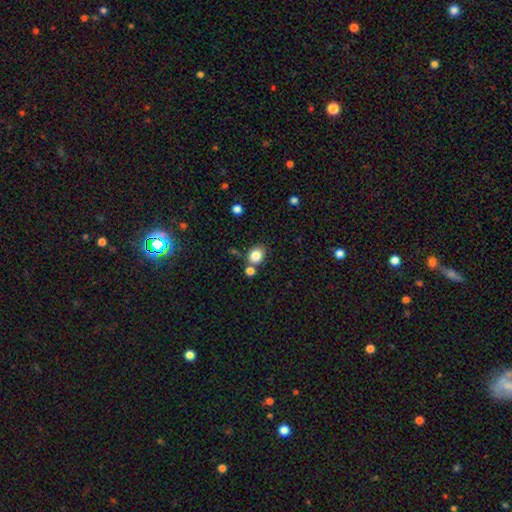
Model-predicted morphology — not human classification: Smooth or featured?
  - smooth: 82% *
  - star or artifact: 11%
  - featured or disk: 7%
How rounded?
  - round: 64% *
  - in between: 35%
  - cigar-shaped: 1%
Merging?
  - none: 69% *
  - merger: 17%
  - minor disturbance: 11%
  - major disturbance: 3%